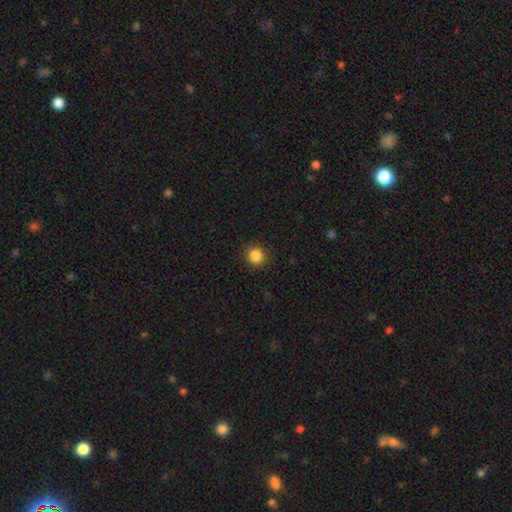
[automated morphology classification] Q: Smooth or featured?
A: smooth (86%); runner-up: star or artifact (11%)
Q: How rounded?
A: round (93%); runner-up: in between (6%)
Q: Merging?
A: none (90%); runner-up: minor disturbance (7%)